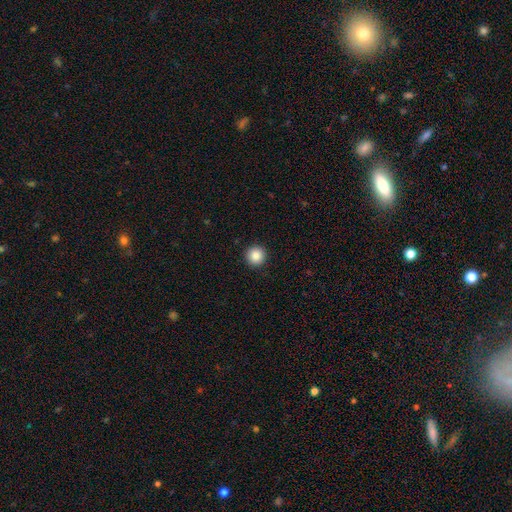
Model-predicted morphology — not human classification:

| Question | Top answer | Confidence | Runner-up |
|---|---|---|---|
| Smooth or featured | smooth | 87% | star or artifact (9%) |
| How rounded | round | 96% | in between (3%) |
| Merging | none | 93% | minor disturbance (4%) |